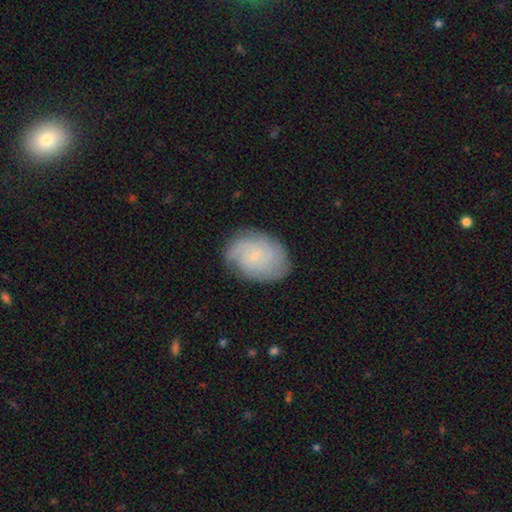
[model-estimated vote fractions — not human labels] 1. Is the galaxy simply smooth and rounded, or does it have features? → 63% featured or disk, 29% smooth, 8% star or artifact.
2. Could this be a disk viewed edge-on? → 97% no, 3% yes.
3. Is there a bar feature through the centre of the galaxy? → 77% no, 20% weak, 2% strong.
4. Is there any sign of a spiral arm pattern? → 90% yes, 10% no.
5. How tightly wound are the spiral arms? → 59% tight, 30% medium, 10% loose.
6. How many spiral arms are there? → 43% can't tell, 18% 3, 16% 2, 11% 4, 6% more than 4, 6% 1.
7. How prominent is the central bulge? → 83% small, 10% moderate, 5% none, 1% large, 1% dominant.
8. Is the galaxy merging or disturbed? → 77% none, 17% minor disturbance, 5% major disturbance, 1% merger.